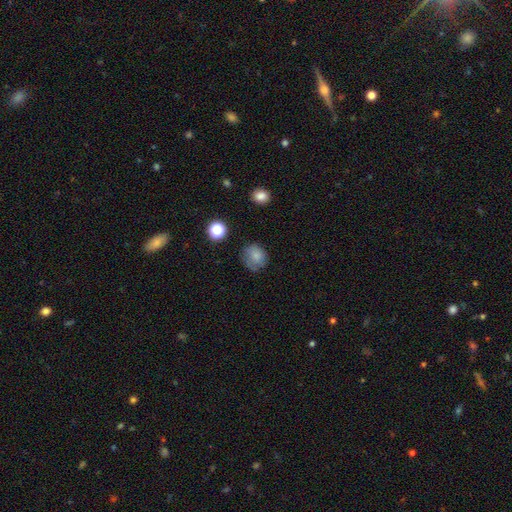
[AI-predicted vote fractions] Smooth or featured: smooth — 80% (star or artifact — 11%)
How rounded: round — 76% (in between — 23%)
Merging: none — 69% (minor disturbance — 22%)